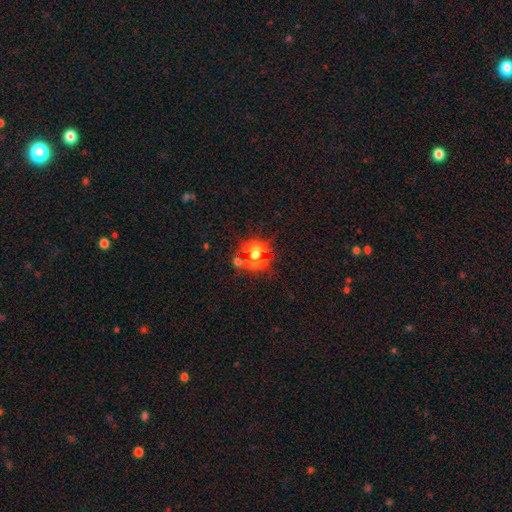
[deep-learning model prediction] Smooth or featured: smooth — 45% (star or artifact — 41%)
Merging: none — 66% (minor disturbance — 15%)